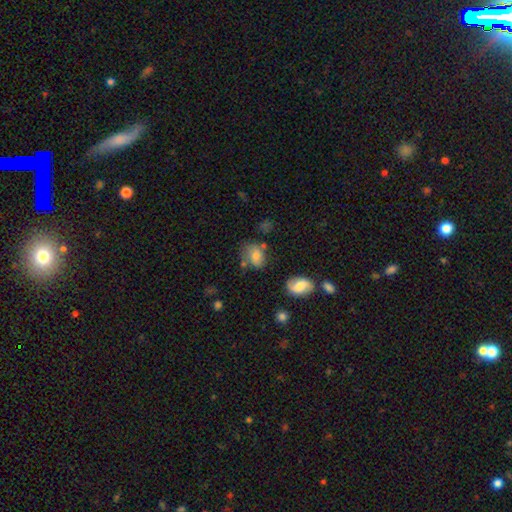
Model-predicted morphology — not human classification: smooth 70%, featured or disk 20%, star or artifact 10%. Down the decision tree: how rounded — in between (68%); merging — none (56%).